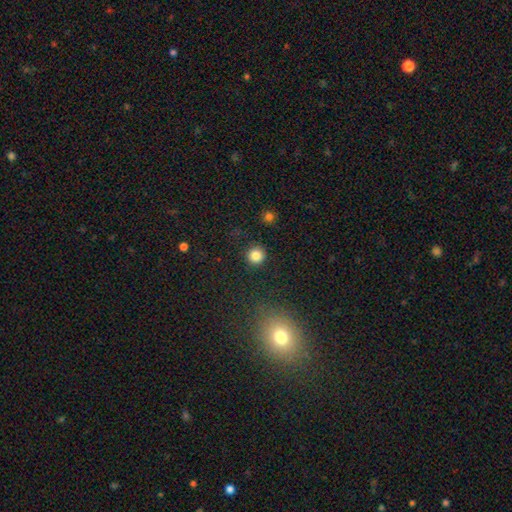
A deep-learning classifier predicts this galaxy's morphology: This is clearly a smooth galaxy (84%). How rounded: clearly round (95%). Merging: clearly none (91%).